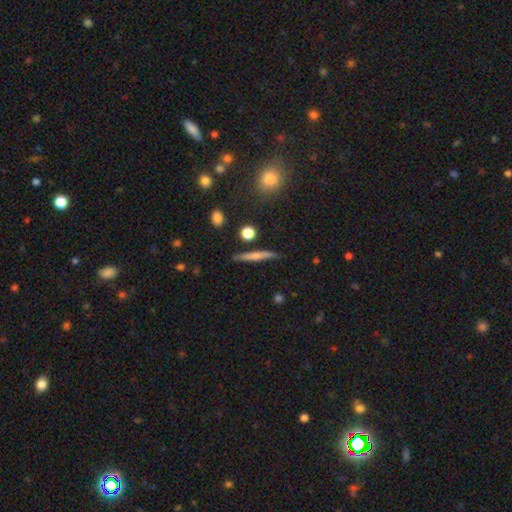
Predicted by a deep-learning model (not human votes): Smooth or featured: smooth — 54% (featured or disk — 37%)
How rounded: cigar-shaped — 90% (in between — 6%)
Merging: none — 83% (minor disturbance — 11%)